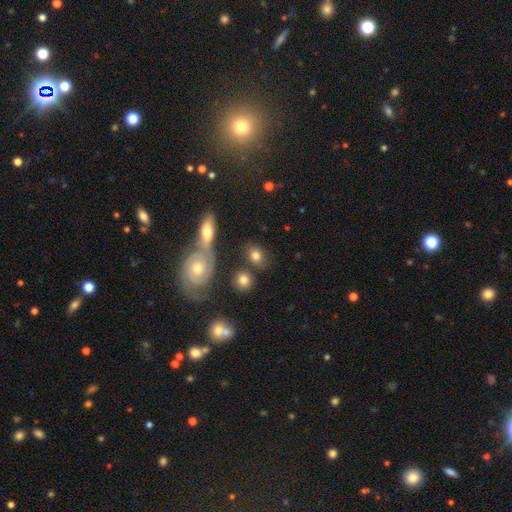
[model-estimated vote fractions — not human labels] smooth 74%, featured or disk 17%, star or artifact 9%. Down the decision tree: how rounded — in between (62%); merging — none (70%).